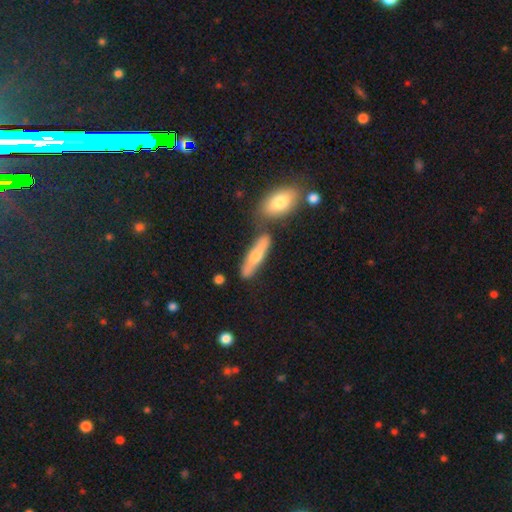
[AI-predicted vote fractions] A smooth galaxy with no disk features (53%) that is cigar-shaped (68%).

Vote fractions:
- Smooth or featured? smooth: 53% / featured or disk: 41% / star or artifact: 7%
- How rounded? cigar-shaped: 68% / in between: 29% / round: 3%
- Merging? none: 69% / merger: 15% / minor disturbance: 12% / major disturbance: 4%